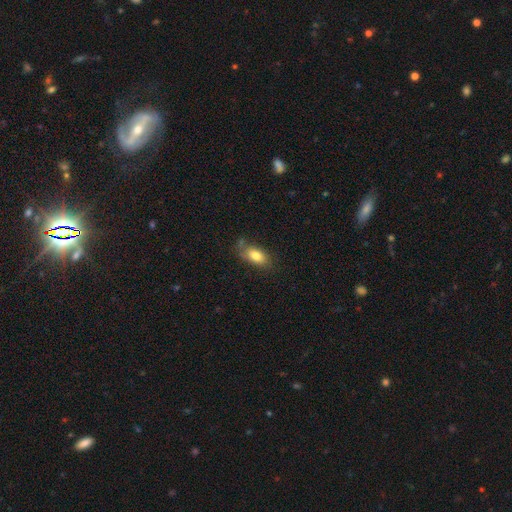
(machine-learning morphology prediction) Smooth or featured? smooth (79%)
How rounded? in between (88%)
Merging? none (65%)